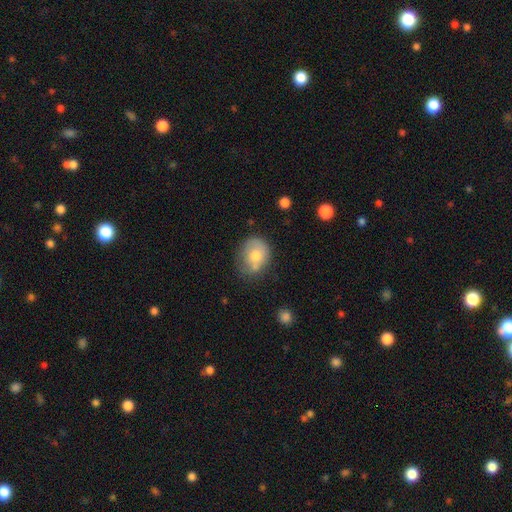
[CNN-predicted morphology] smooth-or-featured: smooth: 64% | featured or disk: 27% | star or artifact: 9%
  how-rounded: round: 57% | in between: 42% | cigar-shaped: 1%
  merging: none: 49% | minor disturbance: 30% | merger: 11% | major disturbance: 11%